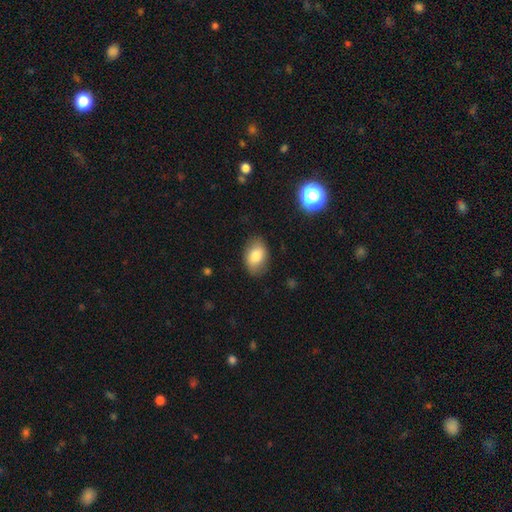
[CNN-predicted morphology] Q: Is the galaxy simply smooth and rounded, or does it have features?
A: smooth — 79%.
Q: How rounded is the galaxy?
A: in between — 86%.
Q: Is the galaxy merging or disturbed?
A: none — 83%.